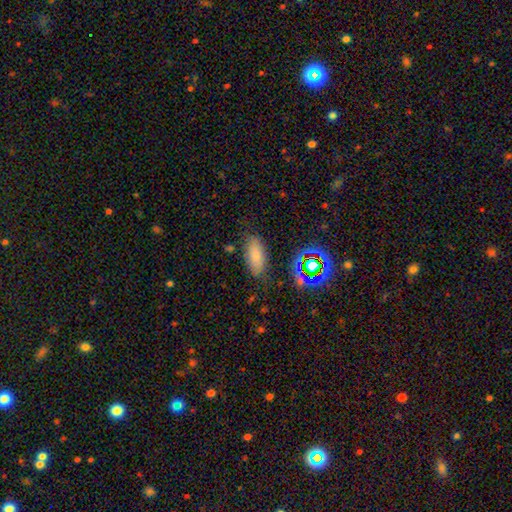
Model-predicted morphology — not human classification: type=smooth (77%); roundness=in between (84%); merging=none (77%).